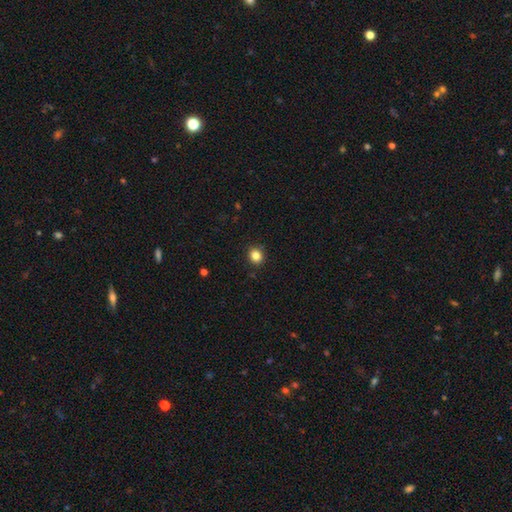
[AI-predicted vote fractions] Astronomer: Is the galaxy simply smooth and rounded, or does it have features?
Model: smooth — 84%.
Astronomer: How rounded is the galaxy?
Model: round — 81%.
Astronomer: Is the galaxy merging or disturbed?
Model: none — 91%.